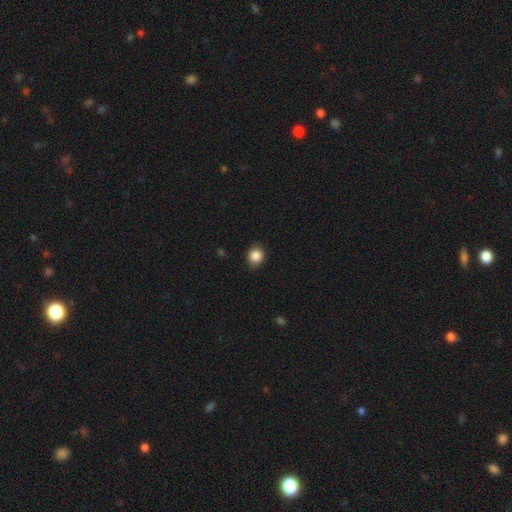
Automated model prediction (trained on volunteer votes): Morphology: type=smooth (87%); roundness=round (71%); merging=none (85%).